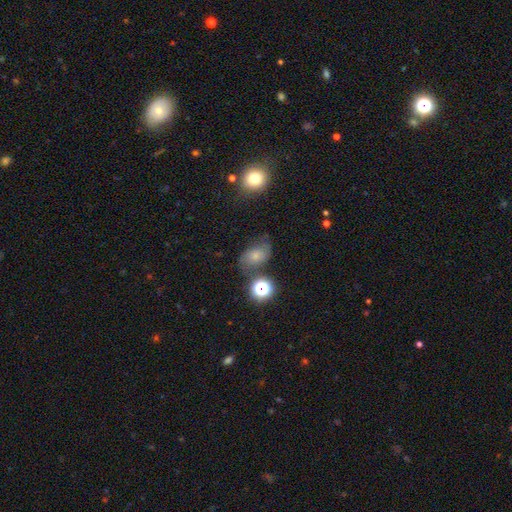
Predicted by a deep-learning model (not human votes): The model was most divided on "merging": none: 54%, minor disturbance: 26%, major disturbance: 12%, merger: 9%. More confident: how rounded — in between (75%); smooth or featured — smooth (58%).